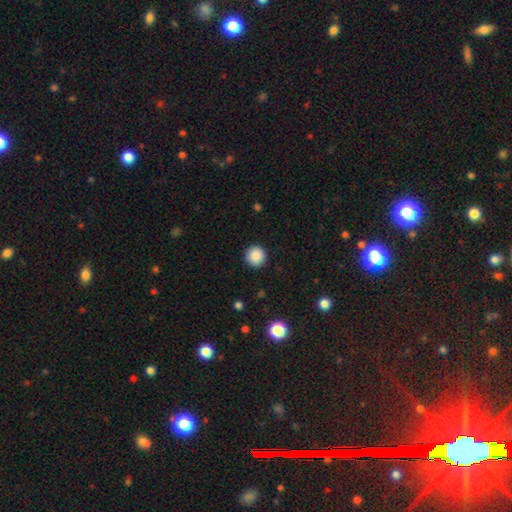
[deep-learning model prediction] This is clearly a smooth galaxy (88%). How rounded: clearly round (95%). Merging: clearly none (92%).